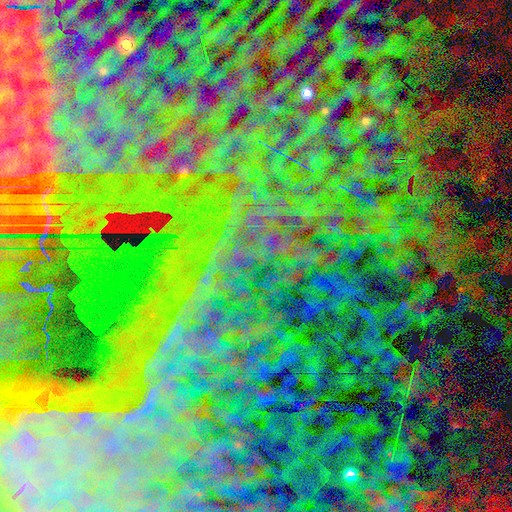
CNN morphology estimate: Smooth or featured? Predicted: star or artifact (p=0.85).